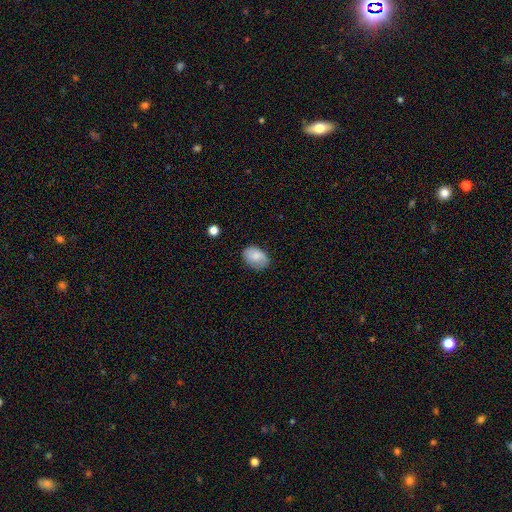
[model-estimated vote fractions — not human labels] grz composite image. It shows a smooth galaxy with no disk features (77%) that is in between round and cigar-shaped (80%). Merging: none (74%).